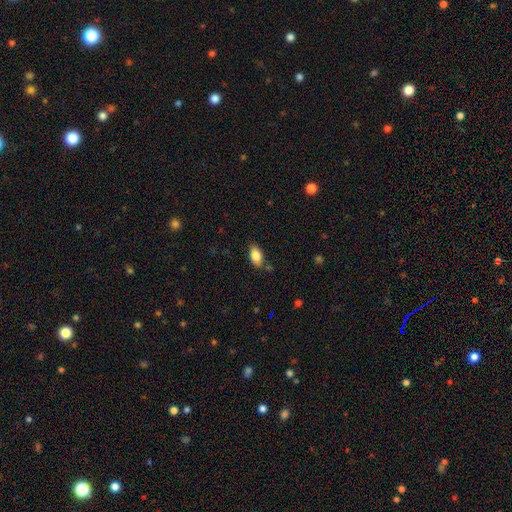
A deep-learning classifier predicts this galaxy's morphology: A smooth galaxy with no disk features (86%) that is in between round and cigar-shaped (91%).

Vote fractions:
- Smooth or featured? smooth: 86% / star or artifact: 8% / featured or disk: 7%
- How rounded? in between: 91% / round: 6% / cigar-shaped: 3%
- Merging? none: 78% / minor disturbance: 16% / major disturbance: 3% / merger: 3%